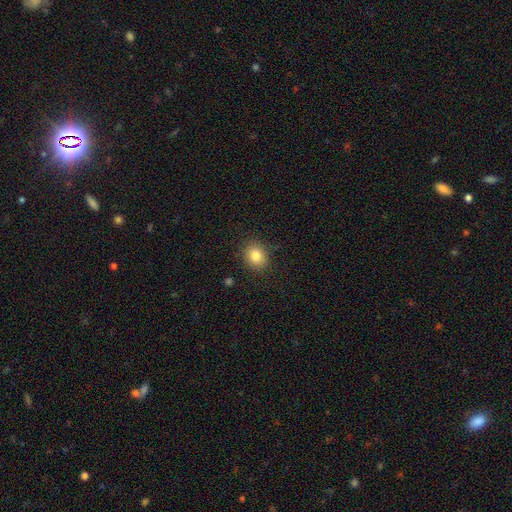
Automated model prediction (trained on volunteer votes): Q: Smooth or featured?
A: smooth (83%); runner-up: star or artifact (10%)
Q: How rounded?
A: round (64%); runner-up: in between (36%)
Q: Merging?
A: none (87%); runner-up: minor disturbance (9%)